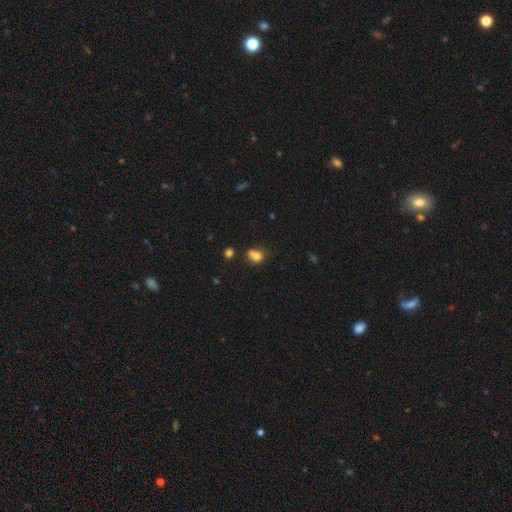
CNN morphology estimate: This is likely a smooth galaxy (74%). How rounded: possibly in between (51%). Merging: marginally merger (44%).